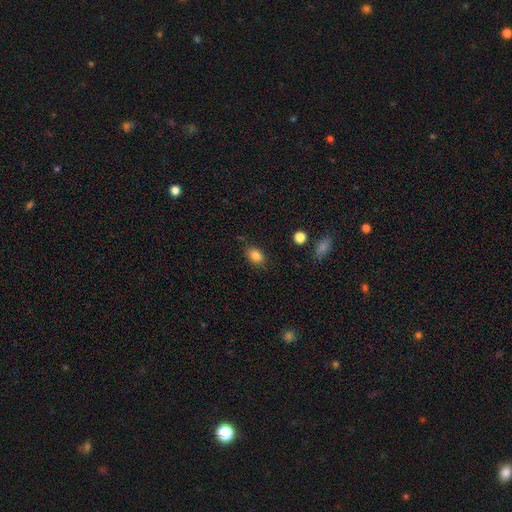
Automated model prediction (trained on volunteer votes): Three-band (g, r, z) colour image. It shows a smooth galaxy with no disk features (84%) that is in between round and cigar-shaped (77%). Merging: none (79%).